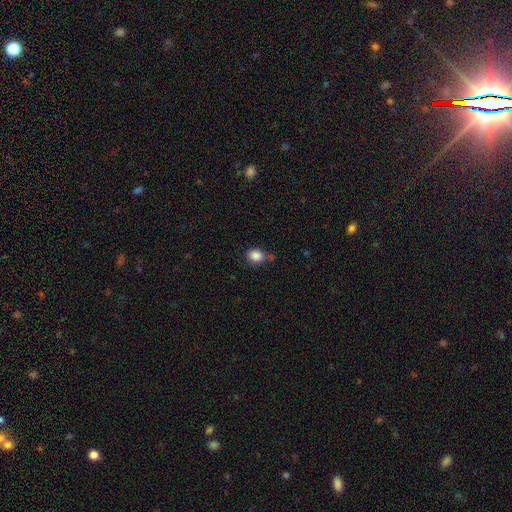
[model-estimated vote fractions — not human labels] Smooth or featured: smooth — 86% (star or artifact — 10%)
How rounded: round — 52% (in between — 47%)
Merging: none — 68% (minor disturbance — 19%)